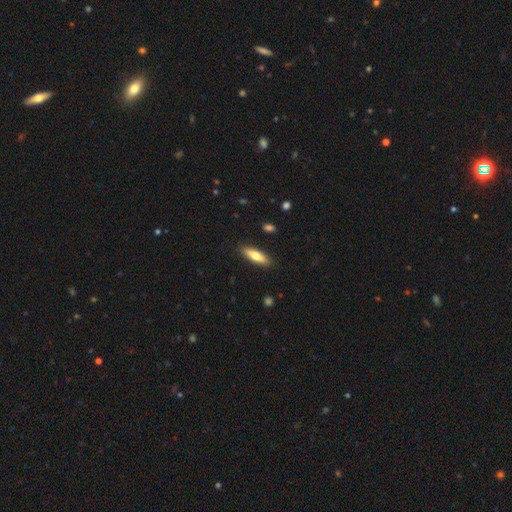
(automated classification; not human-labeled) A smooth galaxy with no disk features (67%) that is cigar-shaped (60%).

Vote fractions:
- Smooth or featured? smooth: 67% / featured or disk: 28% / star or artifact: 6%
- How rounded? cigar-shaped: 60% / in between: 39% / round: 2%
- Merging? none: 89% / minor disturbance: 8% / major disturbance: 2% / merger: 1%